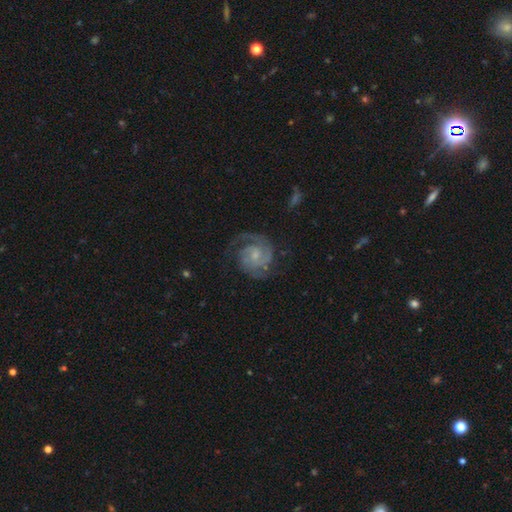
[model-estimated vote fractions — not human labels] Morphology: type=featured or disk (88%); edge-on=no (98%); bar=no (59%); spiral arms=yes (98%); winding=tight (51%); arm count=2 (74%); bulge=small (54%); merging=none (72%).